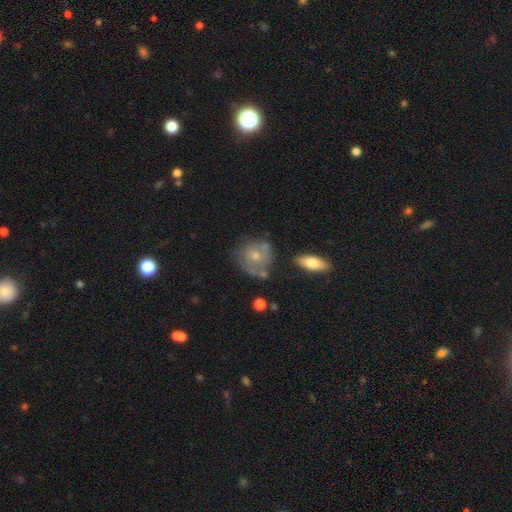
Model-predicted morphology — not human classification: This is possibly a featured or disk galaxy (50%). Merging: possibly none (50%).